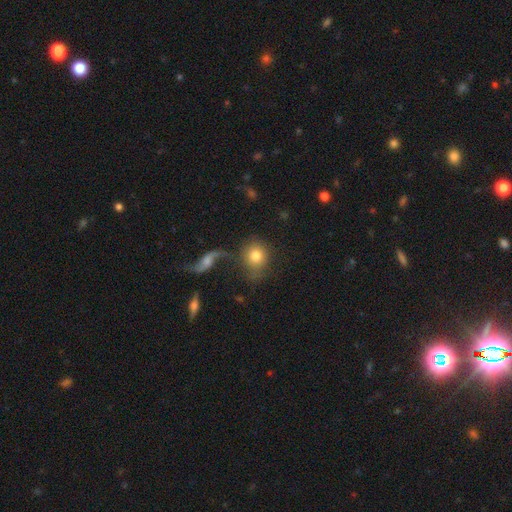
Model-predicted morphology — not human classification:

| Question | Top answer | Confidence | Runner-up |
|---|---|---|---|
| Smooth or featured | smooth | 77% | featured or disk (15%) |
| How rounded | round | 79% | in between (19%) |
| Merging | none | 59% | merger (16%) |